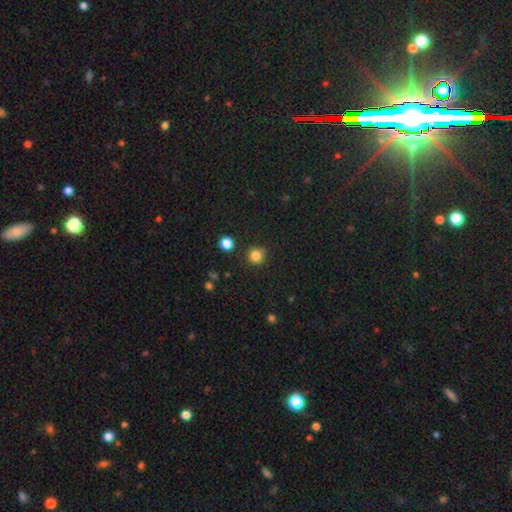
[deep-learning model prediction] smooth-or-featured: smooth: 83% | star or artifact: 13% | featured or disk: 4%
  how-rounded: round: 94% | in between: 5% | cigar-shaped: 1%
  merging: none: 86% | minor disturbance: 8% | merger: 4% | major disturbance: 3%